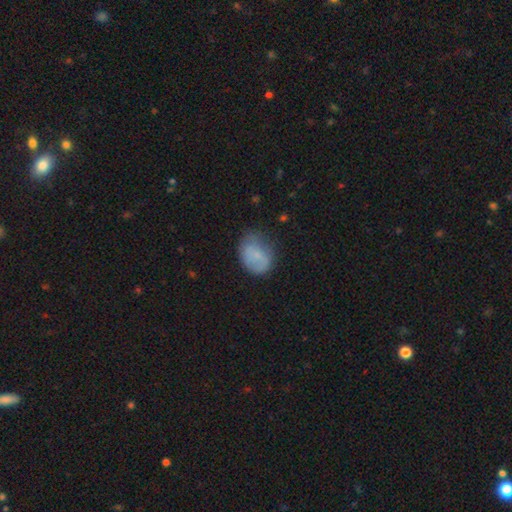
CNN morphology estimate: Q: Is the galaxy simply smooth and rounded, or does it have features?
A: smooth — 73%.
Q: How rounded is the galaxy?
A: in between — 66%.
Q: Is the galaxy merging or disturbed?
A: none — 50%.